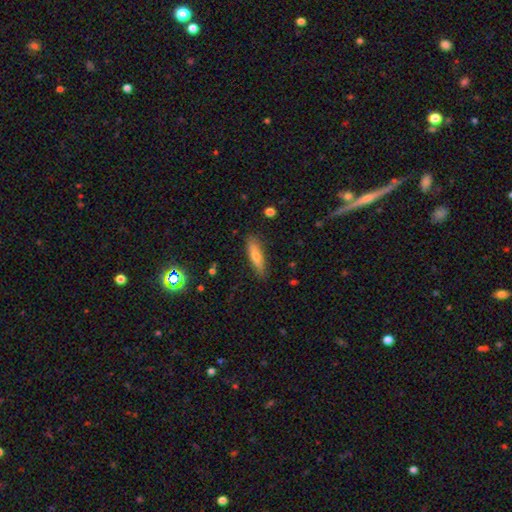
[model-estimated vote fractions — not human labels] smooth-or-featured: smooth: 67% | featured or disk: 25% | star or artifact: 8%
  how-rounded: cigar-shaped: 73% | in between: 25% | round: 2%
  merging: none: 86% | minor disturbance: 11% | major disturbance: 2% | merger: 1%